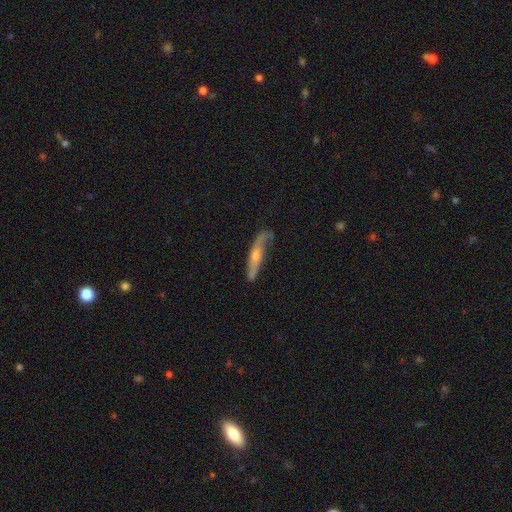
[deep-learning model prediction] Smooth or featured: featured or disk — 61% (smooth — 34%)
Edge-on disk: yes — 63% (no — 37%)
Merging: none — 58% (minor disturbance — 28%)